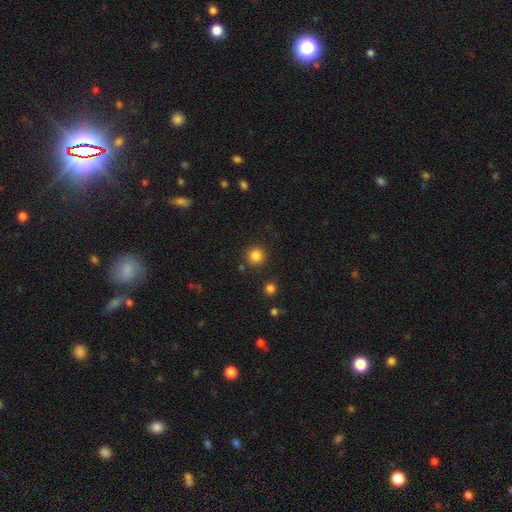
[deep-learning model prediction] smooth 84%, star or artifact 12%, featured or disk 4%. Down the decision tree: how rounded — round (94%); merging — none (88%).